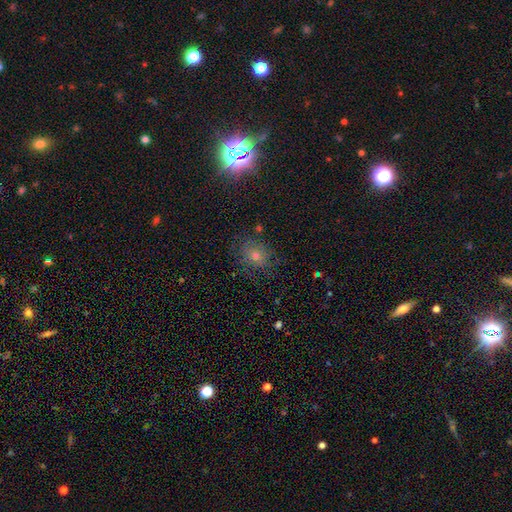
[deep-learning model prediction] Smooth or featured? smooth (46%)
Merging? none (79%)